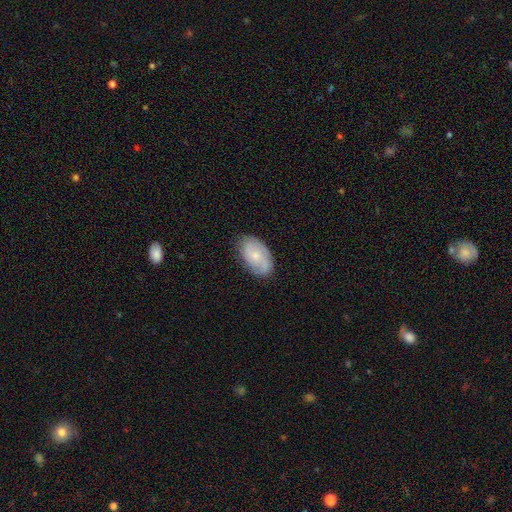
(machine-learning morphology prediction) Q: Smooth or featured?
A: featured or disk (51%); runner-up: smooth (42%)
Q: Edge-on disk?
A: no (95%); runner-up: yes (5%)
Q: Merging?
A: none (76%); runner-up: minor disturbance (18%)